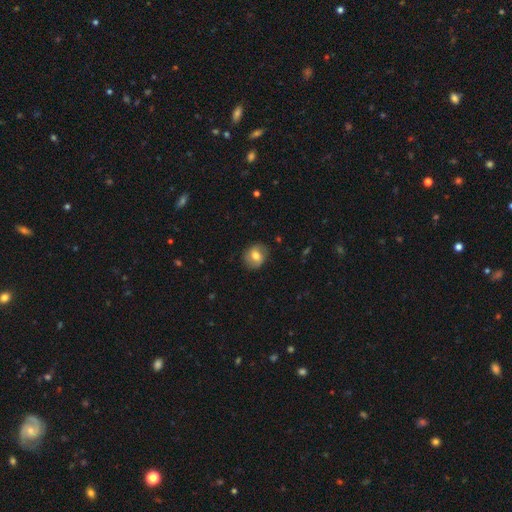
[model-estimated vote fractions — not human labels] A smooth galaxy with no disk features (61%) that is round (70%).

Vote fractions:
- Smooth or featured? smooth: 61% / featured or disk: 31% / star or artifact: 9%
- How rounded? round: 70% / in between: 29% / cigar-shaped: 1%
- Merging? none: 80% / minor disturbance: 14% / major disturbance: 4% / merger: 1%